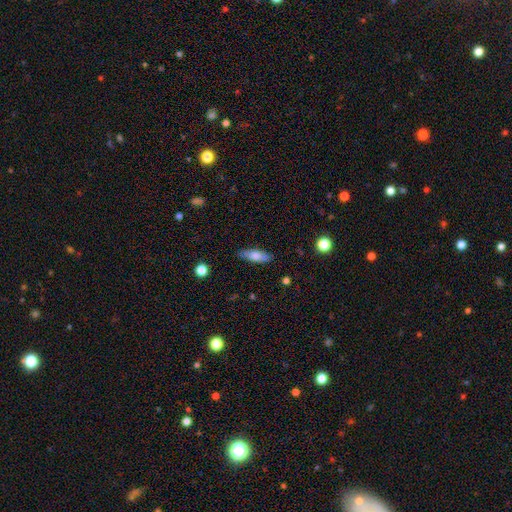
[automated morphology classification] This is likely a smooth galaxy (71%). How rounded: likely in between (61%). Merging: clearly none (82%).